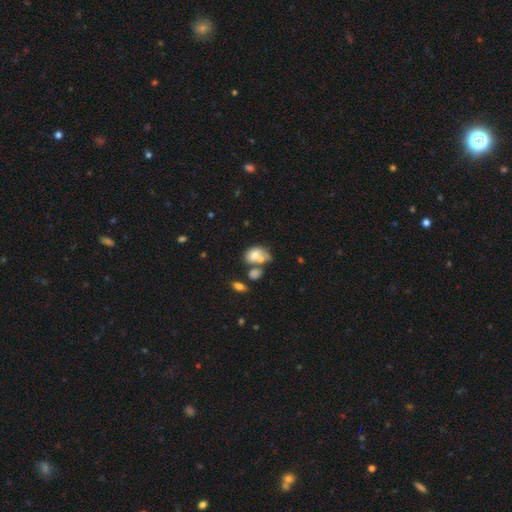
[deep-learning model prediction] Smooth or featured? Predicted: smooth (p=0.67). How rounded? Predicted: in between (p=0.69). Merging? Predicted: merger (p=0.49).